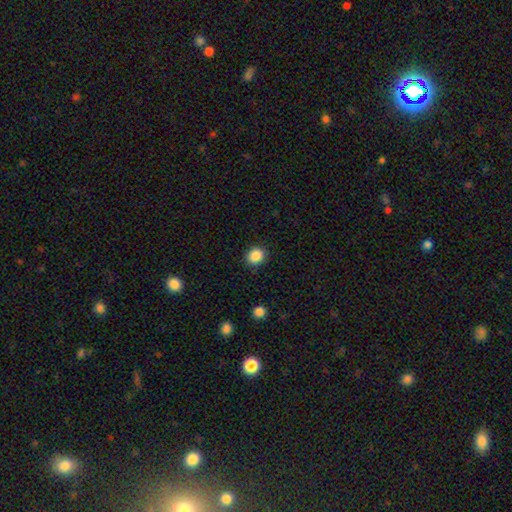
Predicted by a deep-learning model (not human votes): Smooth or featured: smooth — 87% (star or artifact — 10%)
How rounded: round — 73% (in between — 26%)
Merging: none — 88% (minor disturbance — 8%)